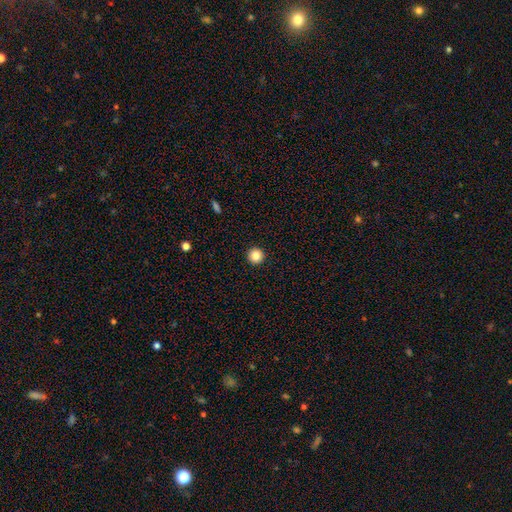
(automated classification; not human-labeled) Smooth or featured?
  - smooth: 85% *
  - star or artifact: 10%
  - featured or disk: 5%
How rounded?
  - round: 97% *
  - in between: 3%
  - cigar-shaped: 1%
Merging?
  - none: 94% *
  - minor disturbance: 4%
  - major disturbance: 1%
  - merger: 1%